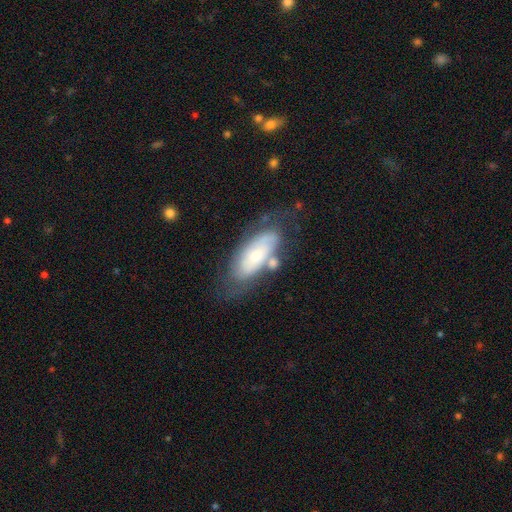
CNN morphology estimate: Smooth or featured?
  - featured or disk: 51% *
  - smooth: 42%
  - star or artifact: 7%
Edge-on disk?
  - no: 84% *
  - yes: 16%
Merging?
  - none: 55% *
  - minor disturbance: 23%
  - major disturbance: 12%
  - merger: 10%